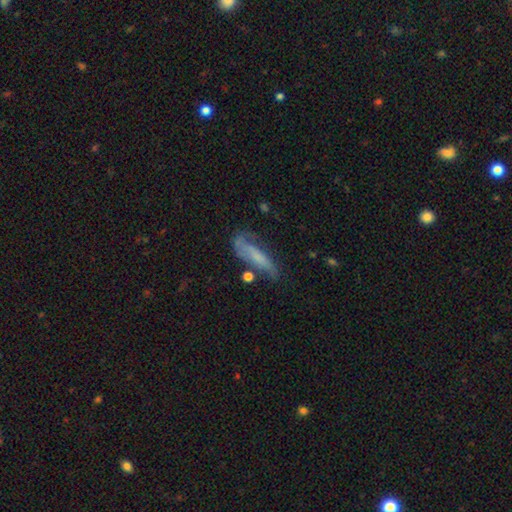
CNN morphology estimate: smooth 50%, featured or disk 41%, star or artifact 9%. Down the decision tree: merging — none (47%).